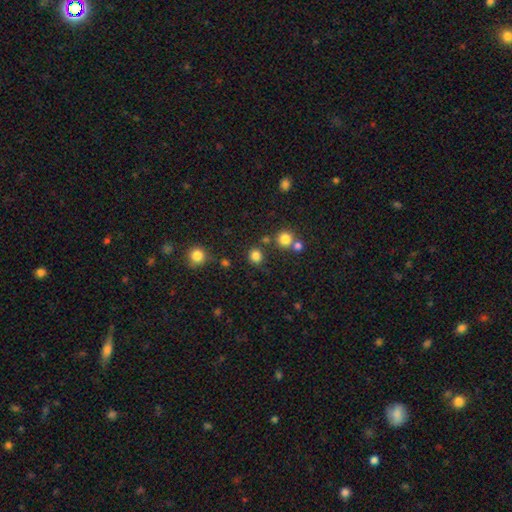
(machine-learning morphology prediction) This appears to be a smooth galaxy with no disk features (81%) that is round (85%). Merging: none (78%).